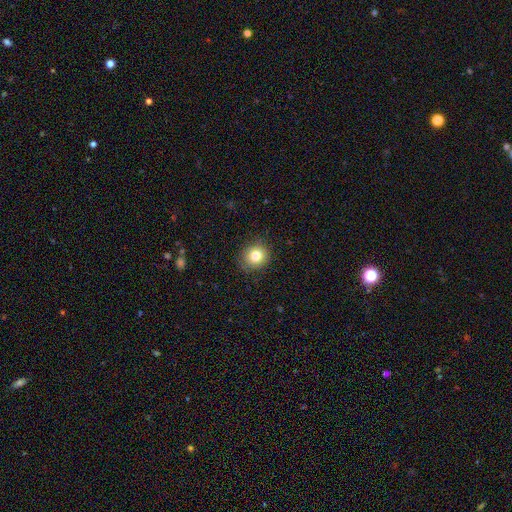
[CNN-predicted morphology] type=smooth (81%); roundness=round (85%); merging=none (88%).